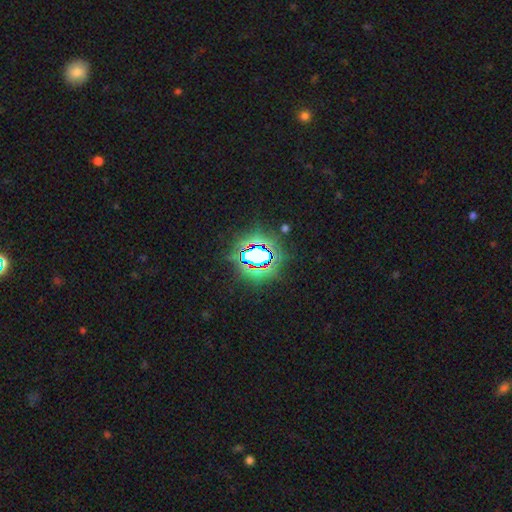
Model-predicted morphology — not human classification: smooth-or-featured: star or artifact: 71% | smooth: 18% | featured or disk: 11%